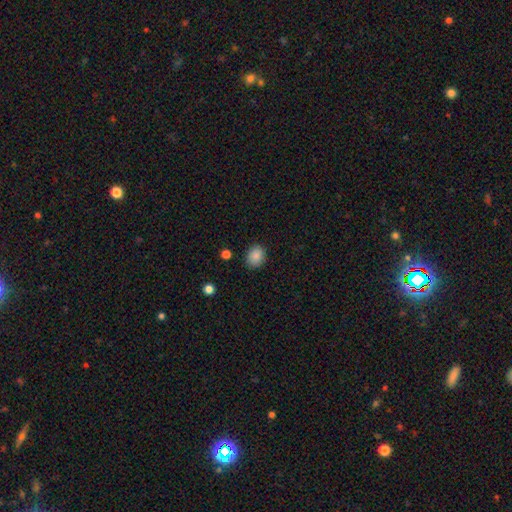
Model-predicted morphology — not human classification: type=smooth (86%); roundness=round (54%); merging=none (86%).